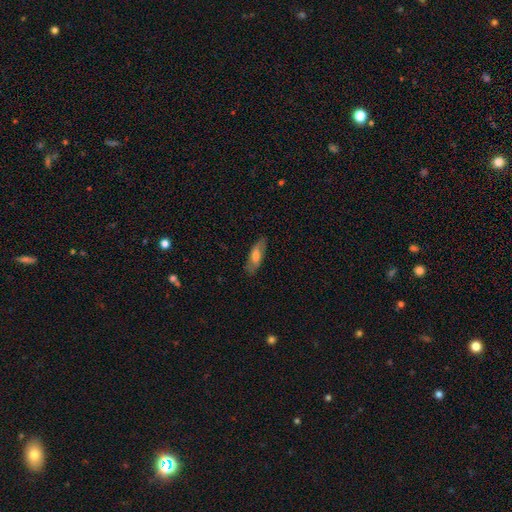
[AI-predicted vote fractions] smooth_or_featured: smooth (p=0.59) [alt: featured or disk p=0.35]
how_rounded: in between (p=0.60) [alt: cigar-shaped p=0.37]
merging: none (p=0.83) [alt: minor disturbance p=0.13]